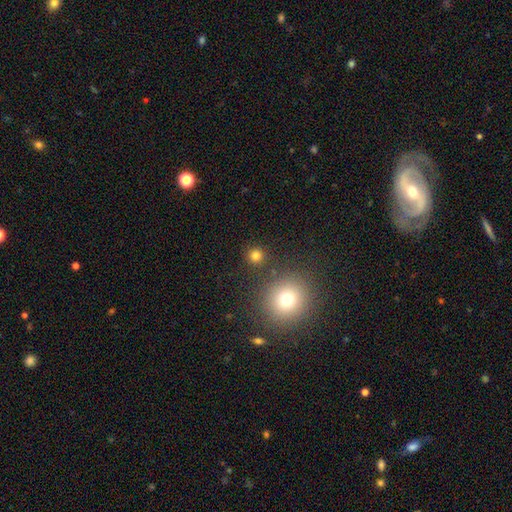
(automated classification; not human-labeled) Smooth or featured?
  - smooth: 79% *
  - star or artifact: 16%
  - featured or disk: 5%
How rounded?
  - round: 93% *
  - in between: 6%
  - cigar-shaped: 1%
Merging?
  - none: 85% *
  - merger: 6%
  - minor disturbance: 6%
  - major disturbance: 3%